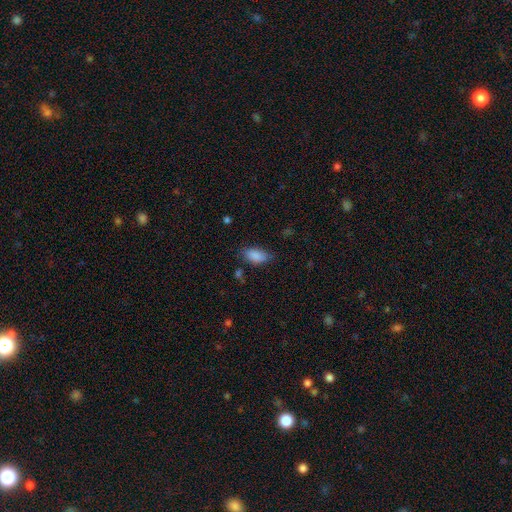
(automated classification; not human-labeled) smooth-or-featured: smooth: 87% | star or artifact: 8% | featured or disk: 6%
  how-rounded: in between: 92% | cigar-shaped: 4% | round: 4%
  merging: none: 68% | minor disturbance: 24% | major disturbance: 6% | merger: 2%